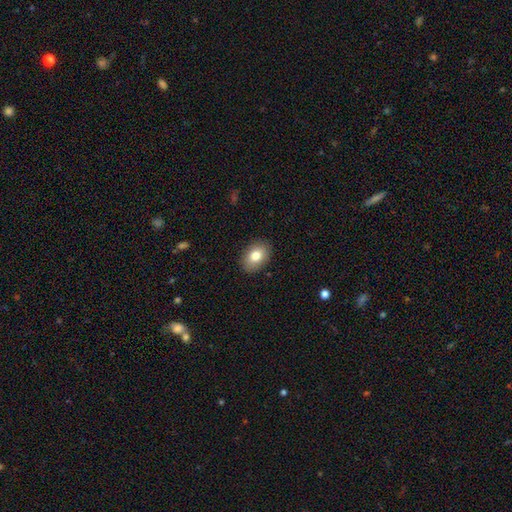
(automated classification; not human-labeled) Smooth or featured? smooth (81%)
How rounded? in between (80%)
Merging? none (88%)